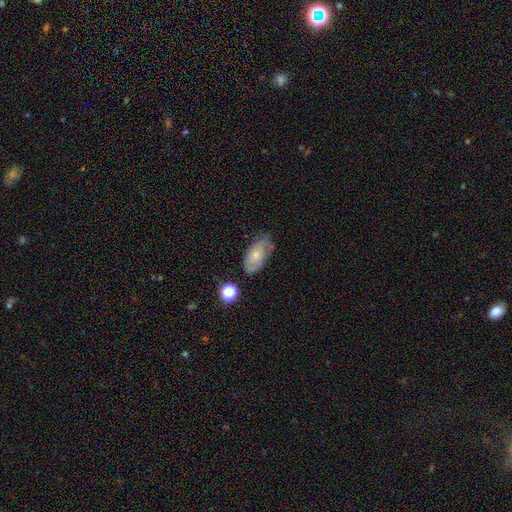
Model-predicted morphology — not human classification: A smooth galaxy with no disk features (59%) that is in between round and cigar-shaped (92%).

Vote fractions:
- Smooth or featured? smooth: 59% / featured or disk: 33% / star or artifact: 8%
- How rounded? in between: 92% / round: 5% / cigar-shaped: 4%
- Merging? none: 58% / minor disturbance: 29% / major disturbance: 9% / merger: 3%